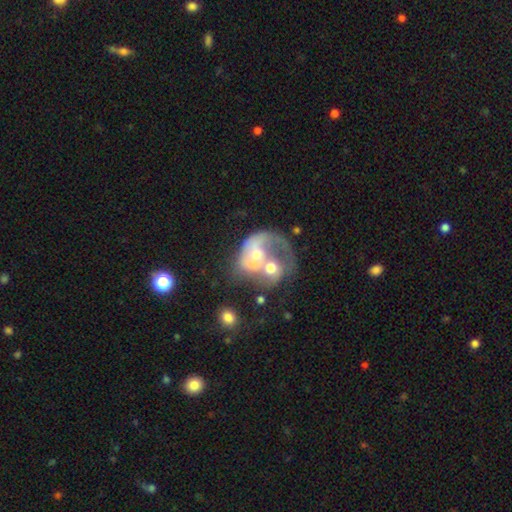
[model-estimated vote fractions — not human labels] smooth-or-featured: featured or disk: 61% | smooth: 31% | star or artifact: 9%
  disk-edge-on: no: 97% | yes: 3%
    bar: no: 75% | weak: 19% | strong: 6%
    has-spiral-arms: no: 53% | yes: 47%
    bulge-size: moderate: 59% | small: 22% | large: 9% | none: 7% | dominant: 2%
  merging: merger: 69% | major disturbance: 15% | none: 10% | minor disturbance: 6%